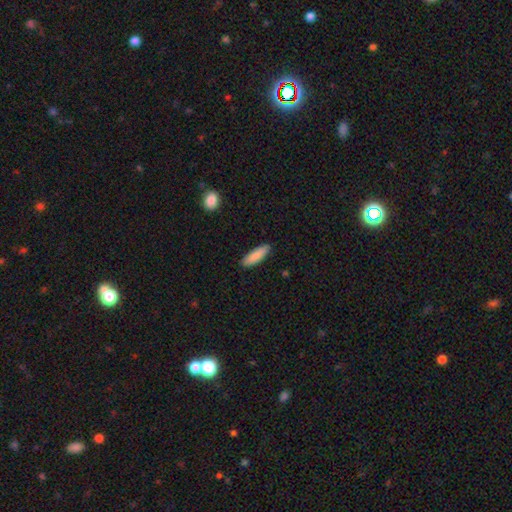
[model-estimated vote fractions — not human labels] Morphology: type=smooth (88%); roundness=cigar-shaped (55%); merging=none (89%).